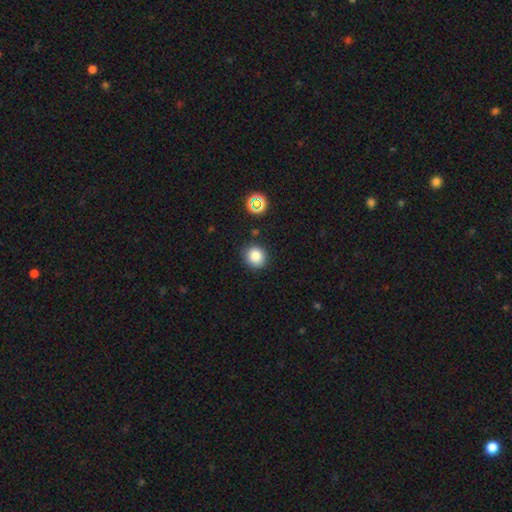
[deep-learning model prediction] Smooth or featured? smooth (83%)
How rounded? round (84%)
Merging? none (86%)